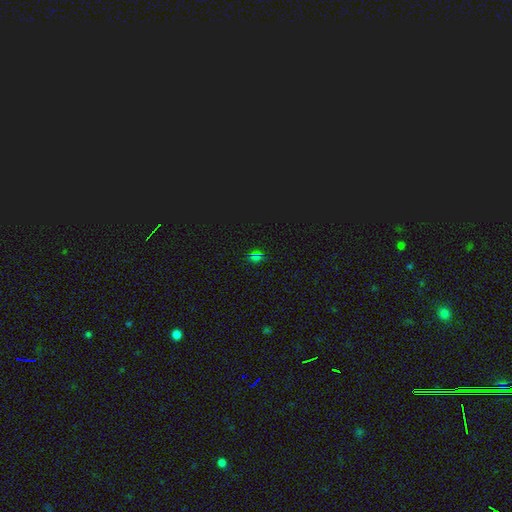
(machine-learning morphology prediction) Smooth or featured?
  - smooth: 60% *
  - star or artifact: 35%
  - featured or disk: 5%
How rounded?
  - round: 58% *
  - in between: 40%
  - cigar-shaped: 2%
Merging?
  - none: 80% *
  - minor disturbance: 13%
  - merger: 4%
  - major disturbance: 4%